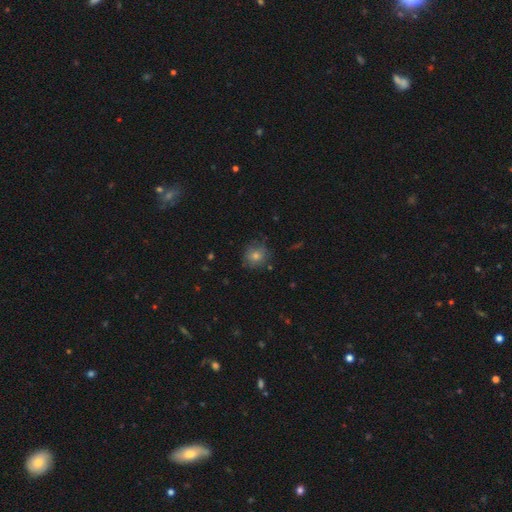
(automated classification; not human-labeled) Smooth or featured?
  - smooth: 69% *
  - star or artifact: 16%
  - featured or disk: 15%
How rounded?
  - round: 85% *
  - in between: 14%
  - cigar-shaped: 1%
Merging?
  - none: 78% *
  - minor disturbance: 16%
  - major disturbance: 4%
  - merger: 2%